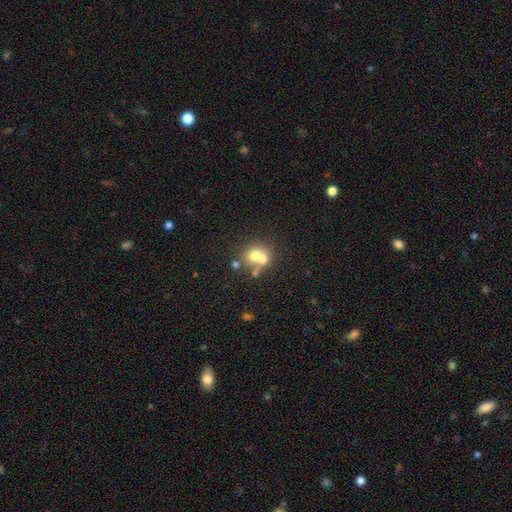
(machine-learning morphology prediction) Smooth or featured? smooth (65%)
How rounded? round (77%)
Merging? merger (51%)